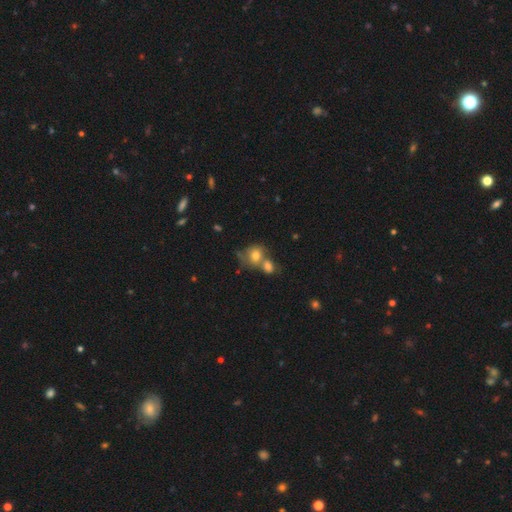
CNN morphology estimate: The model was most divided on "merging": merger: 54%, none: 30%, minor disturbance: 10%, major disturbance: 6%. More confident: smooth or featured — smooth (73%); how rounded — round (67%).